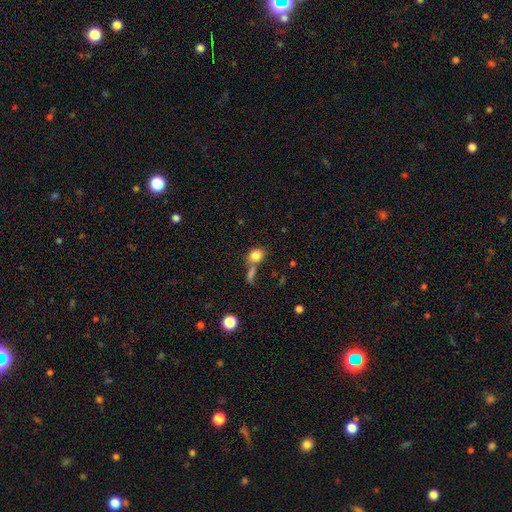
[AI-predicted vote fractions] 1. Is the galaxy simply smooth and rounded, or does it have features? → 81% smooth, 10% star or artifact, 9% featured or disk.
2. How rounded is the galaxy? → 49% in between (tied), 49% round (tied), 2% cigar-shaped.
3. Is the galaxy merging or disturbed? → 45% none, 37% merger, 11% minor disturbance, 7% major disturbance.